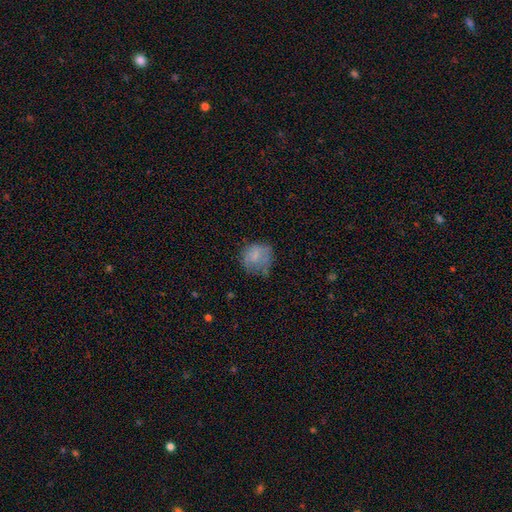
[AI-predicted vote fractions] Q: Smooth or featured?
A: smooth (70%); runner-up: featured or disk (19%)
Q: How rounded?
A: round (77%); runner-up: in between (22%)
Q: Merging?
A: none (50%); runner-up: minor disturbance (30%)